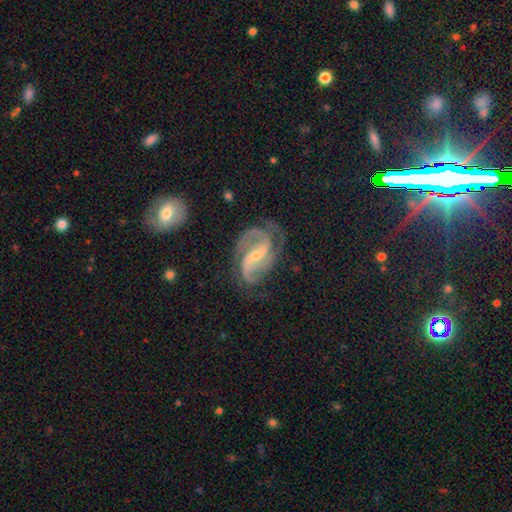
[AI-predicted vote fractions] Overall: featured or disk (90%). Edge-on disk: no (97%). Bar: strong (47%; weak 38%). Spiral arms: yes (97%). Spiral arm count: 2 (73%). Spiral winding: medium (53%; loose 27%). Bulge size: small (67%; moderate 28%). Merging: none (64%).